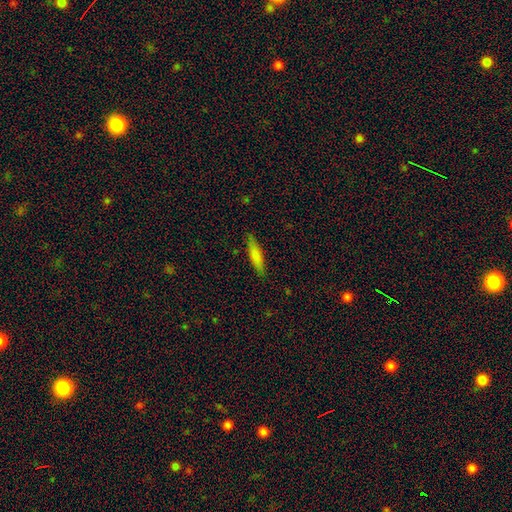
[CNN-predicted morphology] type=smooth (80%); roundness=cigar-shaped (68%); merging=none (84%).